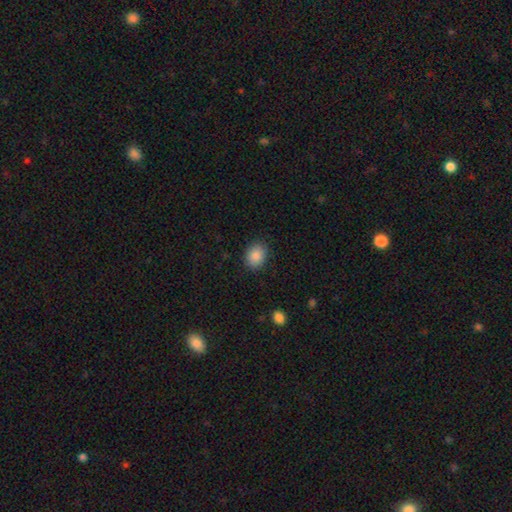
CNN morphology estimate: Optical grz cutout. It shows a smooth galaxy with no disk features (88%) that is in between round and cigar-shaped (57%). Merging: none (87%).